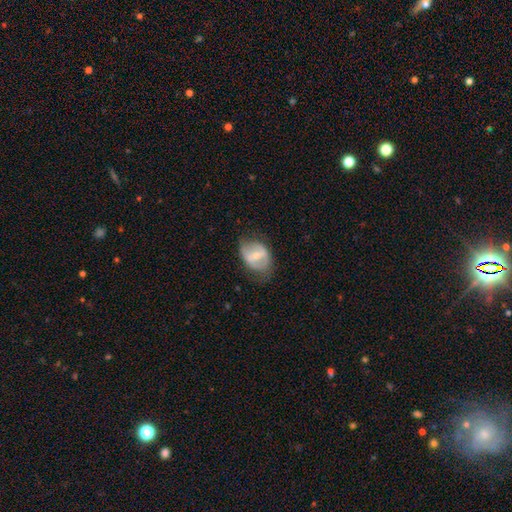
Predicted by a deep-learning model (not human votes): This appears to be a featured or disk galaxy (55%) with a strong bar (49%), no spiral arms (61%) and a small central bulge (46%, tied with moderate). Merging: none (58%).